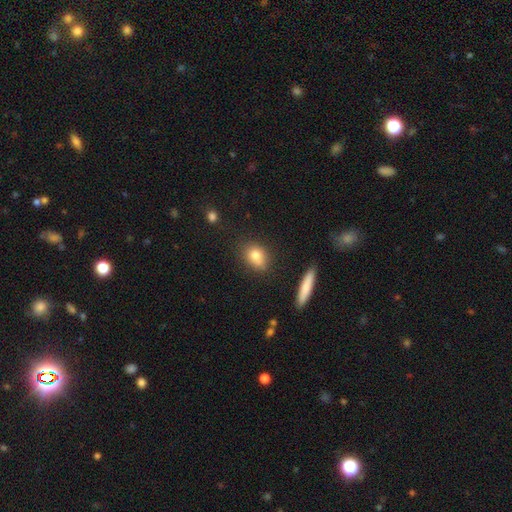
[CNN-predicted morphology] Smooth or featured? Predicted: smooth (p=0.80). How rounded? Predicted: in between (p=0.62). Merging? Predicted: none (p=0.75).